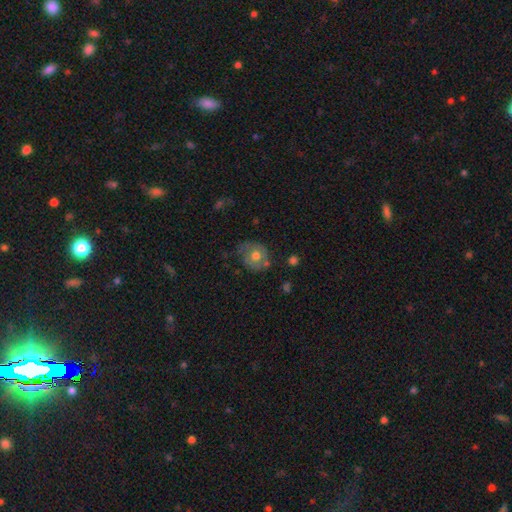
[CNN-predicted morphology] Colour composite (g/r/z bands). It shows a smooth galaxy with no disk features (58%) that is round (72%). Merging: none (59%).